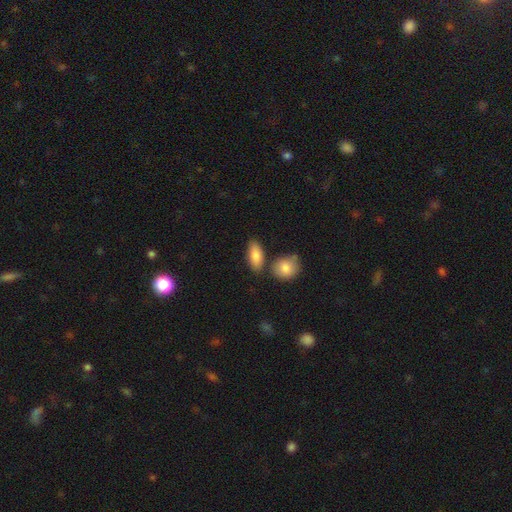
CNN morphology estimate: Smooth or featured? smooth (85%)
How rounded? in between (84%)
Merging? none (71%)